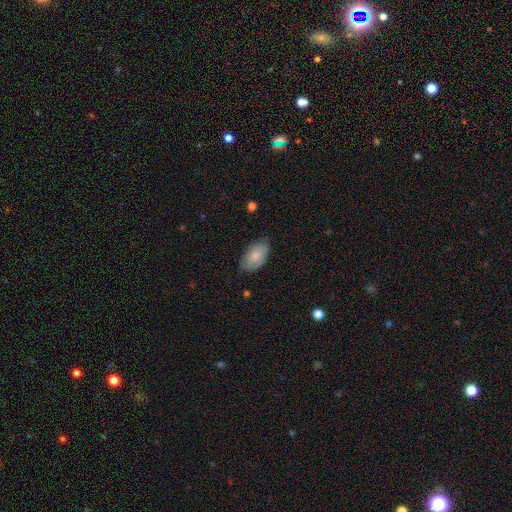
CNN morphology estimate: A smooth galaxy with no disk features (81%) that is in between round and cigar-shaped (94%). Merging: none (76%).